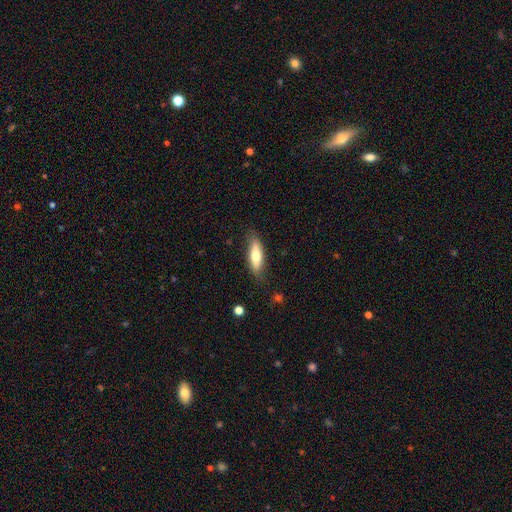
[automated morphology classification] A smooth galaxy with no disk features (65%) that is in between round and cigar-shaped (52%). Merging: none (80%).